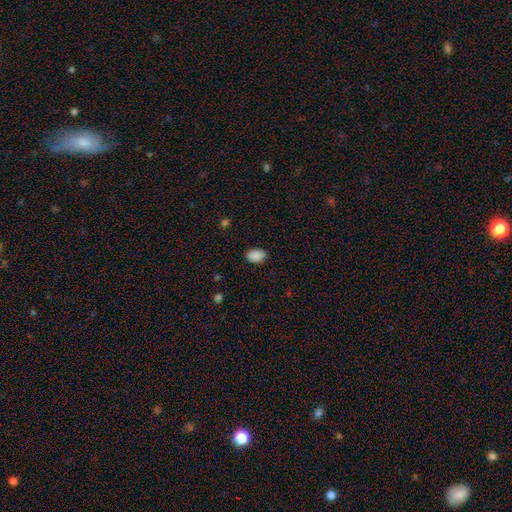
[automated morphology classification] A smooth galaxy with no disk features (89%) that is in between round and cigar-shaped (83%). Merging: none (84%).